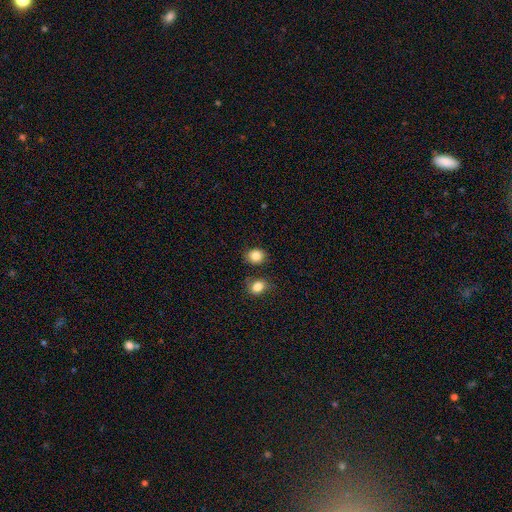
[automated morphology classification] smooth 85%, star or artifact 10%, featured or disk 6%. Down the decision tree: how rounded — round (70%); merging — none (79%).